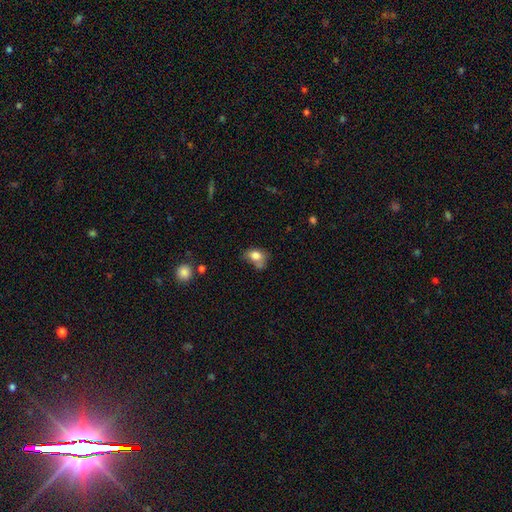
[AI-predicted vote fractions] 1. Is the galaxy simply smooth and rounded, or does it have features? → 79% smooth, 12% featured or disk, 10% star or artifact.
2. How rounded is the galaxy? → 68% in between, 31% round, 1% cigar-shaped.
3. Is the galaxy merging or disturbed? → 36% none, 30% minor disturbance, 18% merger, 16% major disturbance.